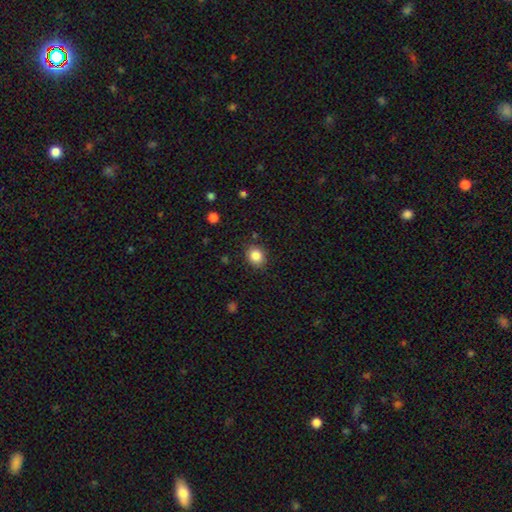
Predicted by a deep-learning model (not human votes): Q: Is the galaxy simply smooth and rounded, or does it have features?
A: smooth — 85%.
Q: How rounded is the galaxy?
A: round — 67%.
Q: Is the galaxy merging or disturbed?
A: none — 86%.